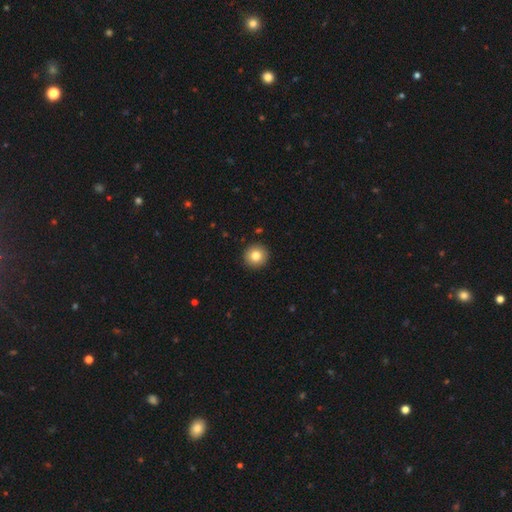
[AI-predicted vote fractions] The model was most divided on "smooth or featured": smooth: 81%, star or artifact: 10%, featured or disk: 9%. More confident: how rounded — round (95%); merging — none (93%).